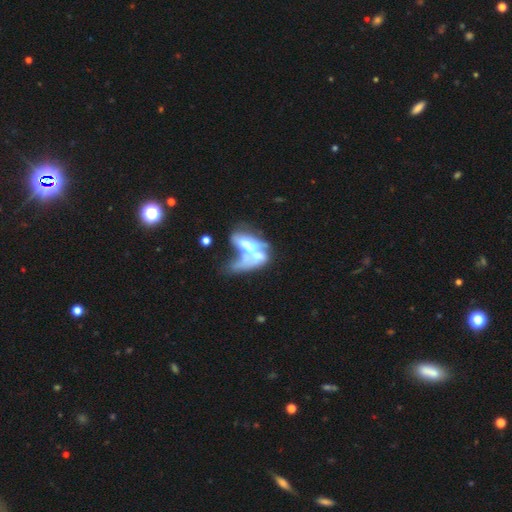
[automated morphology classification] type=featured or disk (53%); edge-on=no (89%); merging=merger (68%).